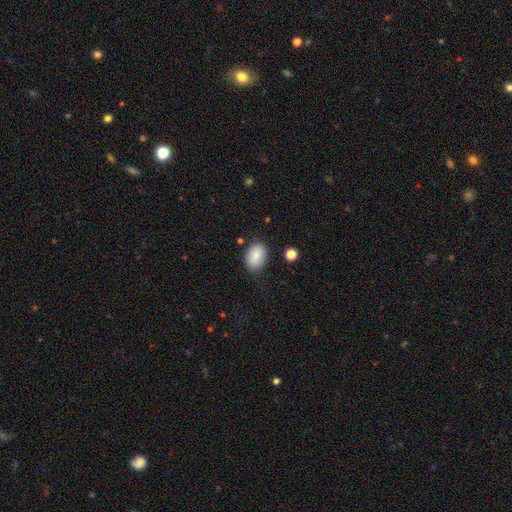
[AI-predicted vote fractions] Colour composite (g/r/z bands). It shows a smooth galaxy with no disk features (85%) that is in between round and cigar-shaped (85%). Merging: none (79%).